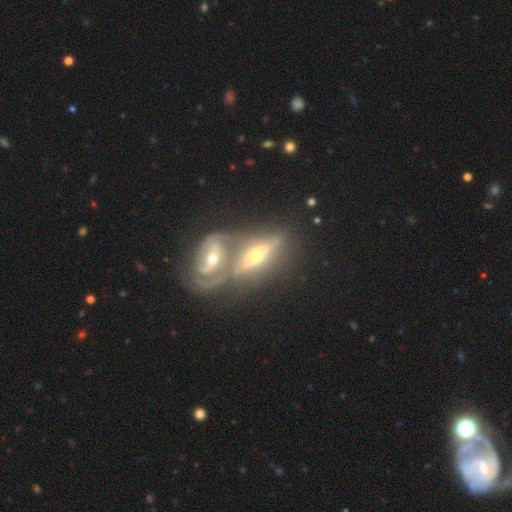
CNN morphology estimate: Smooth or featured?
  - featured or disk: 77% *
  - smooth: 17%
  - star or artifact: 6%
Edge-on disk?
  - yes: 59% *
  - no: 41%
Merging?
  - merger: 58% *
  - none: 29%
  - minor disturbance: 8%
  - major disturbance: 5%